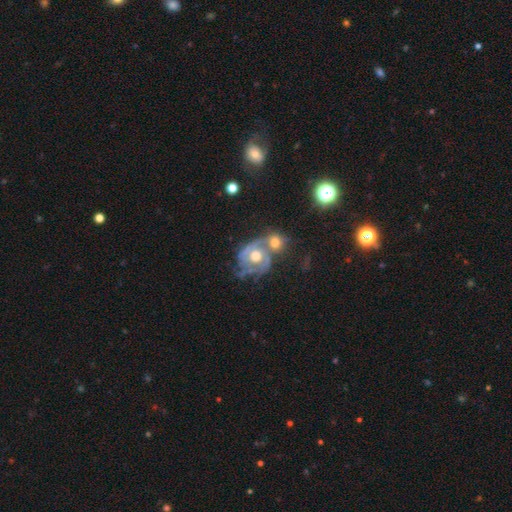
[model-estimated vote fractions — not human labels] smooth_or_featured: featured or disk (p=0.80) [alt: smooth p=0.13]
disk_edge_on: no (p=0.97) [alt: yes p=0.03]
bar: no (p=0.74) [alt: weak p=0.20]
has_spiral_arms: yes (p=0.89) [alt: no p=0.11]
spiral_winding: tight (p=0.46) [alt: medium p=0.41]
spiral_arm_count: 2 (p=0.55) [alt: can't tell p=0.18]
bulge_size: moderate (p=0.74) [alt: large p=0.14]
merging: merger (p=0.48) [alt: none p=0.29]